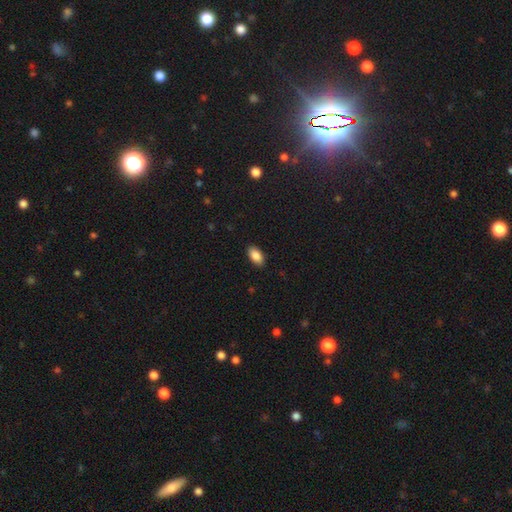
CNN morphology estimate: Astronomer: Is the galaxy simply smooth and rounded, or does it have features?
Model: smooth — 88%.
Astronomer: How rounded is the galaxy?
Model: in between — 94%.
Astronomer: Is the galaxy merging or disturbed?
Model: none — 89%.